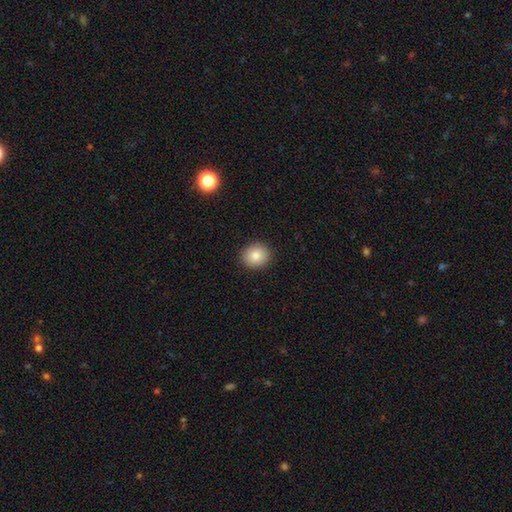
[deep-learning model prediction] A smooth galaxy with no disk features (85%) that is round (78%). Merging: none (91%).